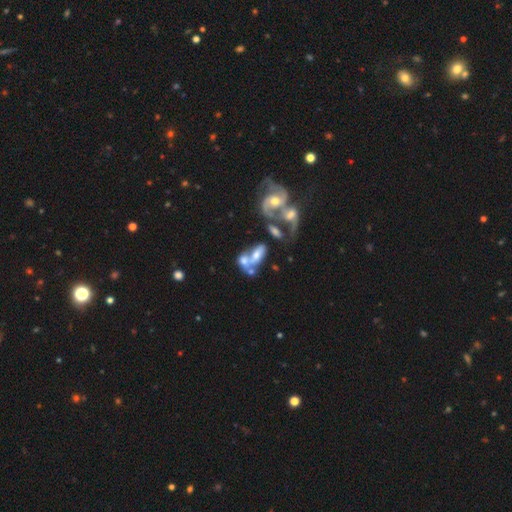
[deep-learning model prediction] A featured or disk galaxy (53%). Merging: merger (64%).